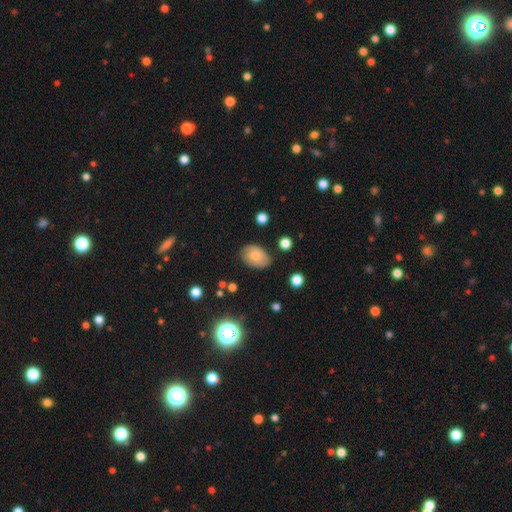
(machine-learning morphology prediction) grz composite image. It shows a smooth galaxy with no disk features (74%) that is in between round and cigar-shaped (84%). Merging: none (74%).